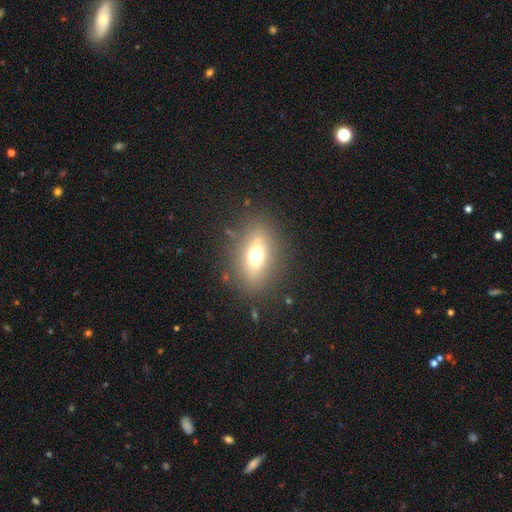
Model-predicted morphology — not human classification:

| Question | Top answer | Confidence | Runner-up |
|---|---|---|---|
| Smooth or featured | smooth | 63% | featured or disk (24%) |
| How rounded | in between | 74% | round (15%) |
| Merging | none | 82% | minor disturbance (11%) |